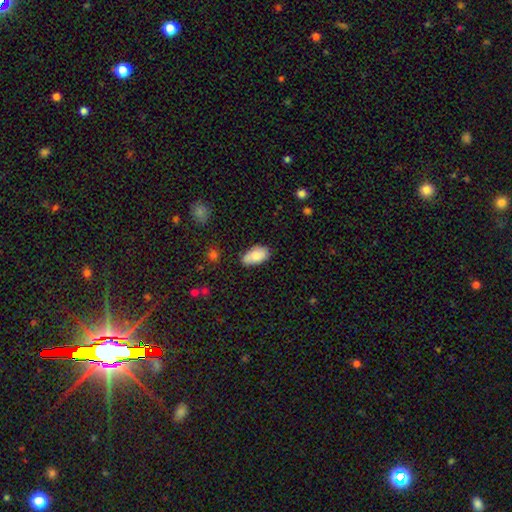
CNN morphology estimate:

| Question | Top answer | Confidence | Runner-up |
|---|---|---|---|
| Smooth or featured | smooth | 85% | featured or disk (8%) |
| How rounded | in between | 94% | round (3%) |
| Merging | none | 75% | minor disturbance (20%) |